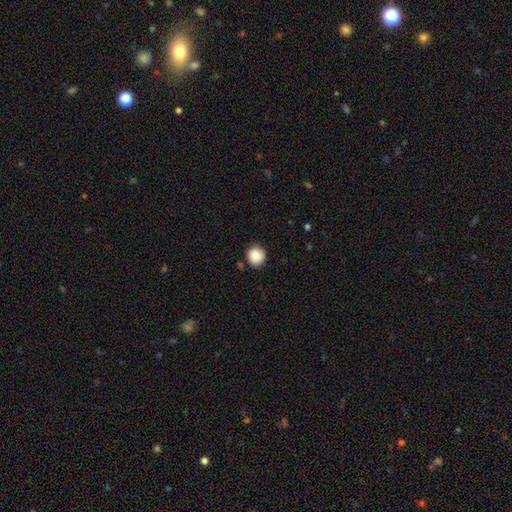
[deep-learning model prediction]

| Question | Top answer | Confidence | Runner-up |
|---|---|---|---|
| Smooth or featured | smooth | 86% | star or artifact (9%) |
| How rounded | round | 91% | in between (8%) |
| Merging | none | 85% | minor disturbance (10%) |